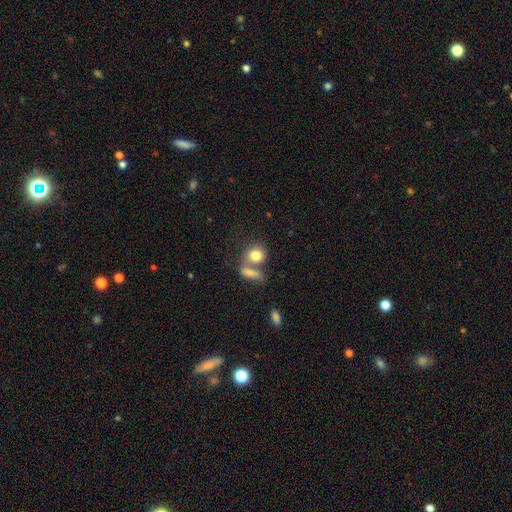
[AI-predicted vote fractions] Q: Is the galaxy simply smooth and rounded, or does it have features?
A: smooth — 80%.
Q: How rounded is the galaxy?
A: round — 63%.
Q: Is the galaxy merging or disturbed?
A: merger — 46%.